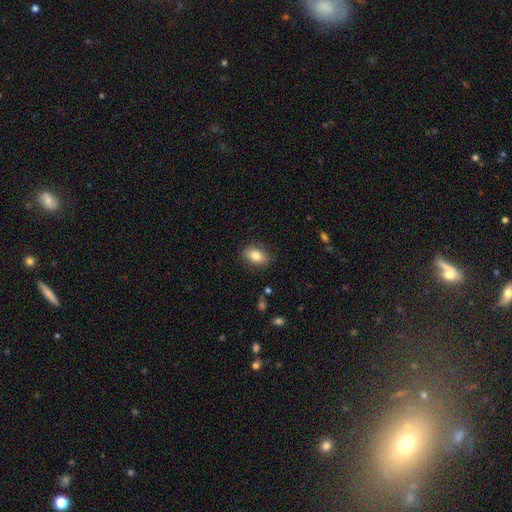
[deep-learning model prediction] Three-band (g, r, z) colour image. It shows a smooth galaxy with no disk features (82%) that is in between round and cigar-shaped (84%). Merging: none (85%).